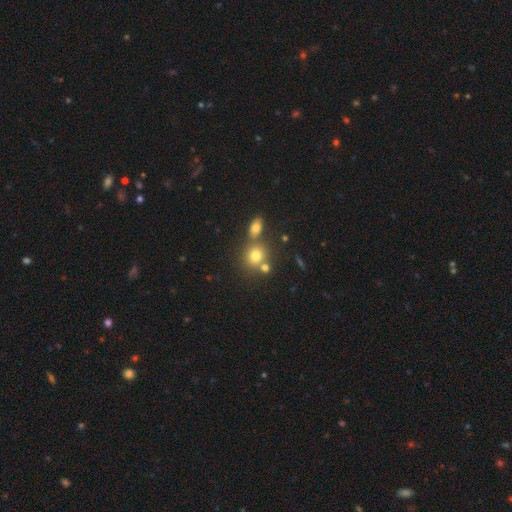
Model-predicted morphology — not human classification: smooth_or_featured: smooth (p=0.75) [alt: star or artifact p=0.14]
how_rounded: round (p=0.78) [alt: in between p=0.21]
merging: none (p=0.55) [alt: merger p=0.31]